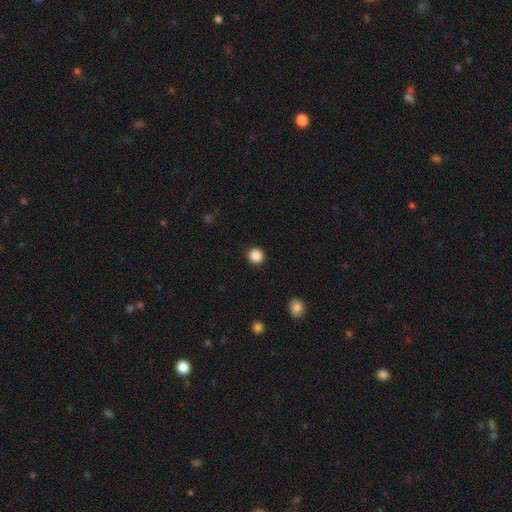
Smooth or featured: smooth — 90% (featured or disk — 5%)
How rounded: round — 94% (in between — 6%)
Merging: none — 92% (minor disturbance — 5%)